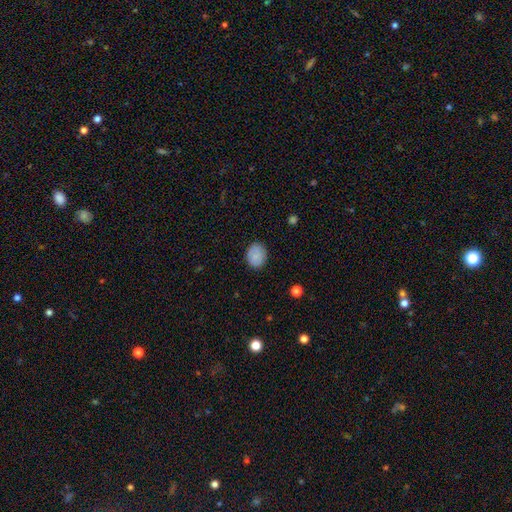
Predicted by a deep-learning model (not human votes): This appears to be a smooth galaxy with no disk features (85%) that is round (51%). Merging: none (86%).